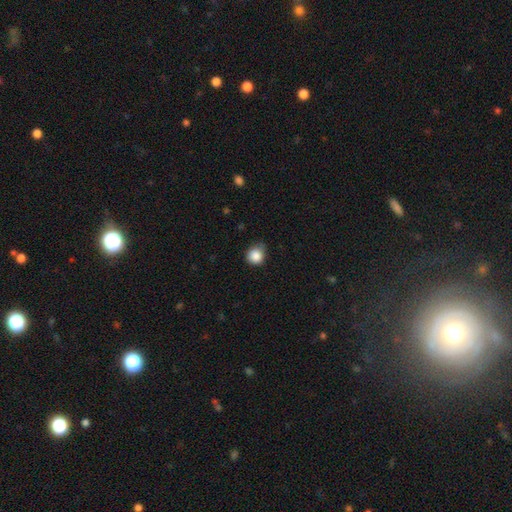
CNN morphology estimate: Smooth or featured? Predicted: smooth (p=0.87). How rounded? Predicted: round (p=0.86). Merging? Predicted: none (p=0.67).